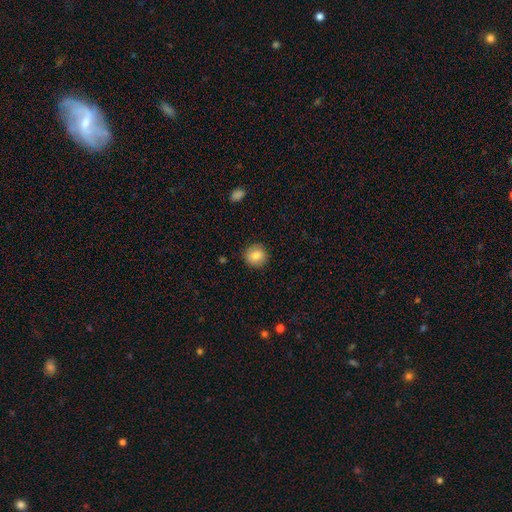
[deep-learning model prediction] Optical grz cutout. It shows a smooth galaxy with no disk features (84%) that is round (92%). Merging: none (90%).